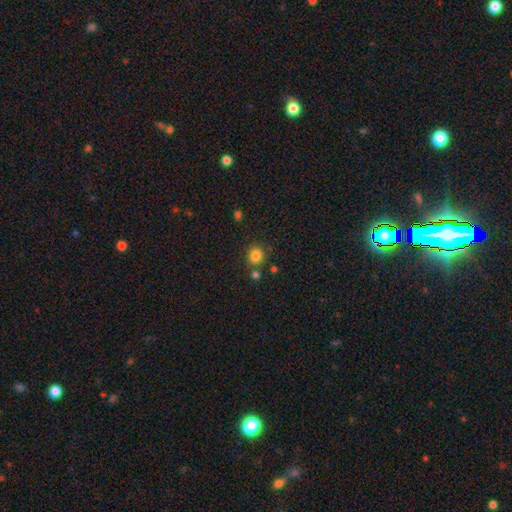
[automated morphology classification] Overall: smooth (83%). How rounded: round (84%). Merging: none (76%).